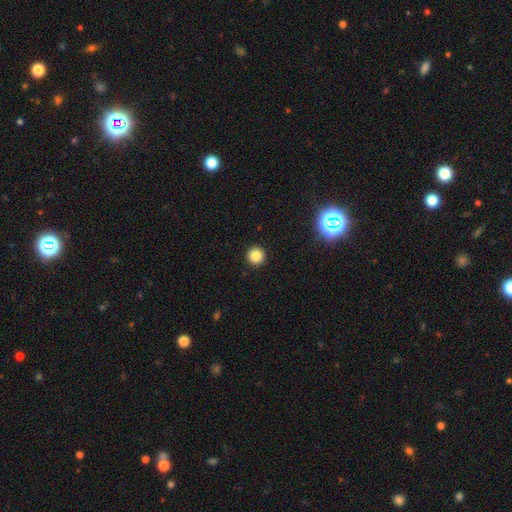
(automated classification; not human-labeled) A smooth galaxy with no disk features (85%) that is round (96%).

Vote fractions:
- Smooth or featured? smooth: 85% / star or artifact: 12% / featured or disk: 4%
- How rounded? round: 96% / in between: 3% / cigar-shaped: 1%
- Merging? none: 93% / minor disturbance: 4% / major disturbance: 2% / merger: 1%